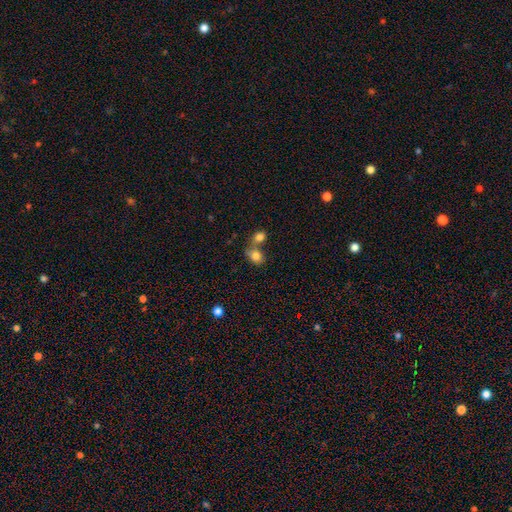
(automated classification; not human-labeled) A smooth galaxy with no disk features (81%) that is in between round and cigar-shaped (52%). Merging: merger (54%).